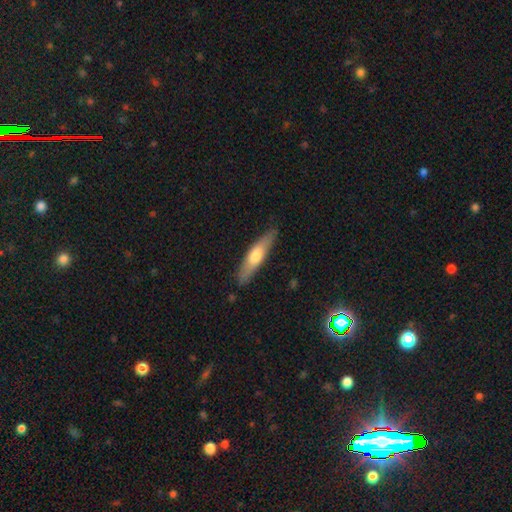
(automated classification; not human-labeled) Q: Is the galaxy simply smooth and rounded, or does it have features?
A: smooth — 55%.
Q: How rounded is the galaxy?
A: cigar-shaped — 79%.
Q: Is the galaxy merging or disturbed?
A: none — 86%.